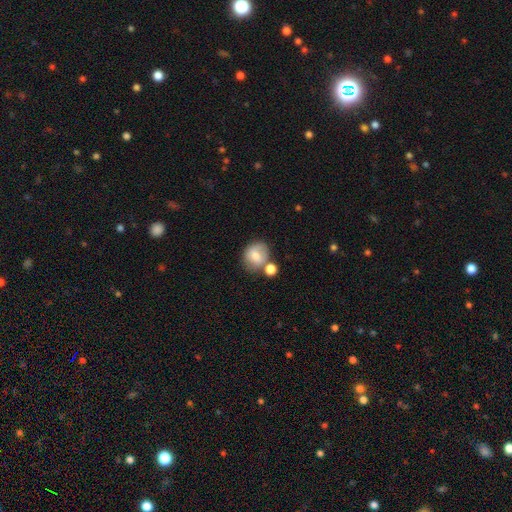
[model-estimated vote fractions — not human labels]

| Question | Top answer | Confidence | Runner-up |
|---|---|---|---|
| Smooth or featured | smooth | 72% | featured or disk (19%) |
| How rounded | round | 71% | in between (28%) |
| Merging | none | 50% | merger (27%) |